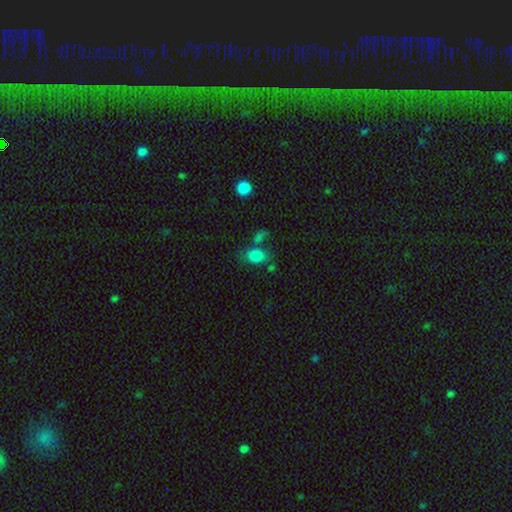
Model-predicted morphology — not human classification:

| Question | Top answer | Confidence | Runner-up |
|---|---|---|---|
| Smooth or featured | smooth | 83% | star or artifact (10%) |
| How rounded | in between | 80% | round (18%) |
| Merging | none | 55% | merger (20%) |